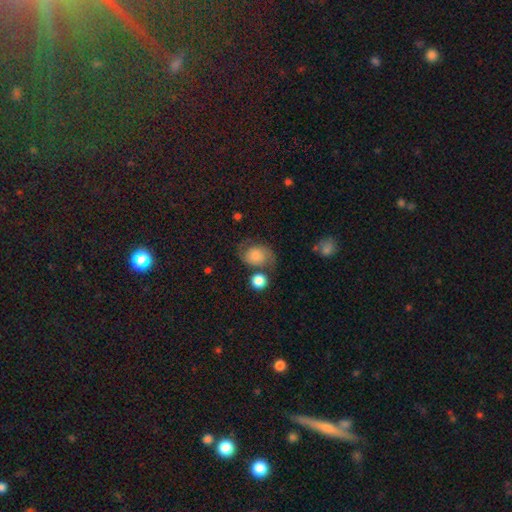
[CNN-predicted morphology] smooth-or-featured: featured or disk: 46% | smooth: 44% | star or artifact: 10%
  merging: none: 57% | minor disturbance: 22% | major disturbance: 12% | merger: 9%